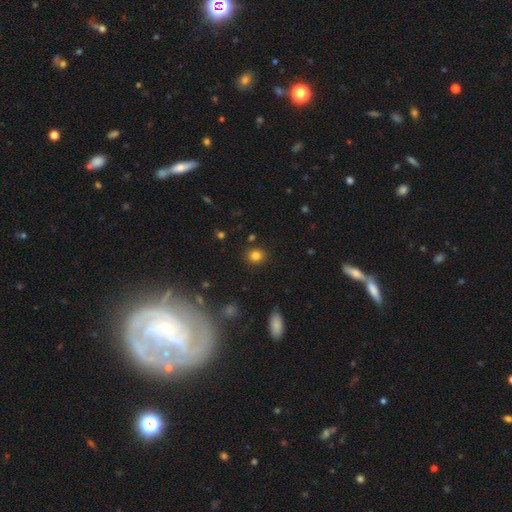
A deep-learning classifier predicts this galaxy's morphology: The model was most divided on "how rounded": round: 78%, in between: 21%, cigar-shaped: 1%. More confident: merging — none (88%); smooth or featured — smooth (82%).